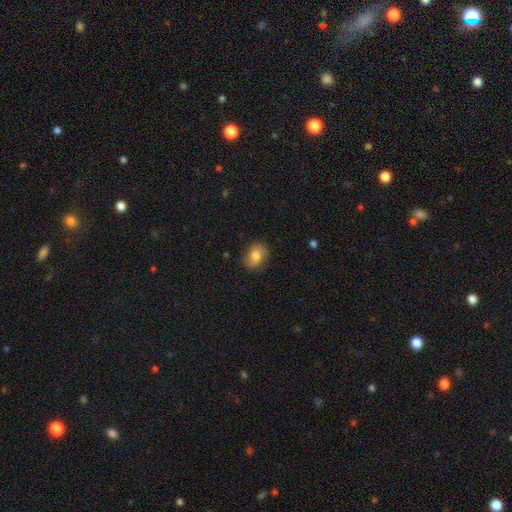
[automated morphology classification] Q: Smooth or featured?
A: smooth (73%); runner-up: featured or disk (19%)
Q: How rounded?
A: in between (56%); runner-up: round (43%)
Q: Merging?
A: none (78%); runner-up: minor disturbance (17%)